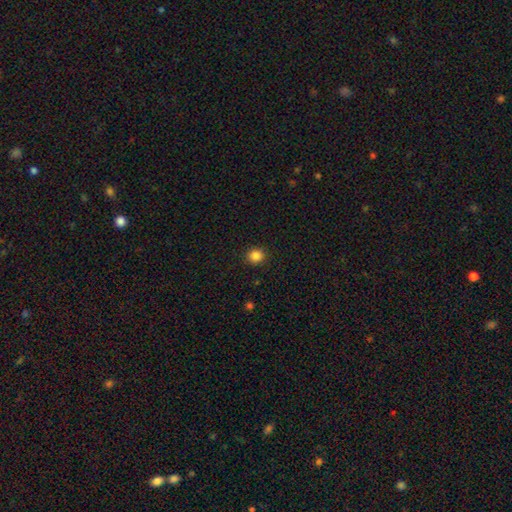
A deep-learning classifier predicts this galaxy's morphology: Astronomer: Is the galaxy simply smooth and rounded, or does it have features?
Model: smooth — 85%.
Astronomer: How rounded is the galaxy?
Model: round — 87%.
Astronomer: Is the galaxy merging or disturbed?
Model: none — 91%.